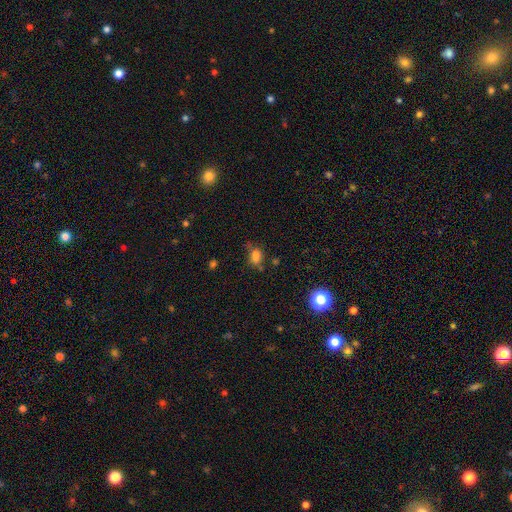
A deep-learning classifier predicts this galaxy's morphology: Smooth or featured?
  - smooth: 72% *
  - star or artifact: 18%
  - featured or disk: 9%
How rounded?
  - in between: 66% *
  - round: 32%
  - cigar-shaped: 3%
Merging?
  - none: 52% *
  - minor disturbance: 26%
  - major disturbance: 12%
  - merger: 10%